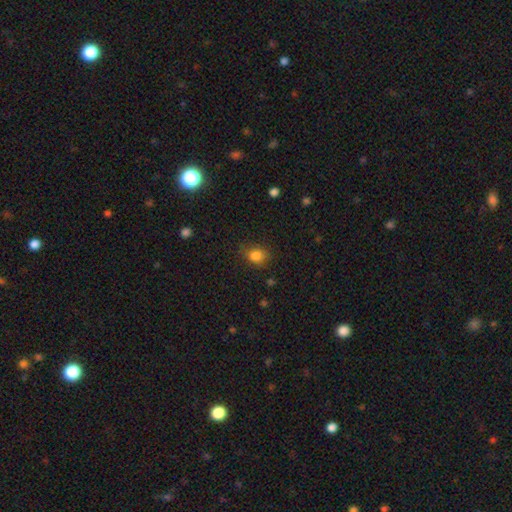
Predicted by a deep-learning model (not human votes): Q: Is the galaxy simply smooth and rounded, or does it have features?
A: smooth — 83%.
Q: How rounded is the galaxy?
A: round — 55%.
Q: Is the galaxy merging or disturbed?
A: none — 73%.